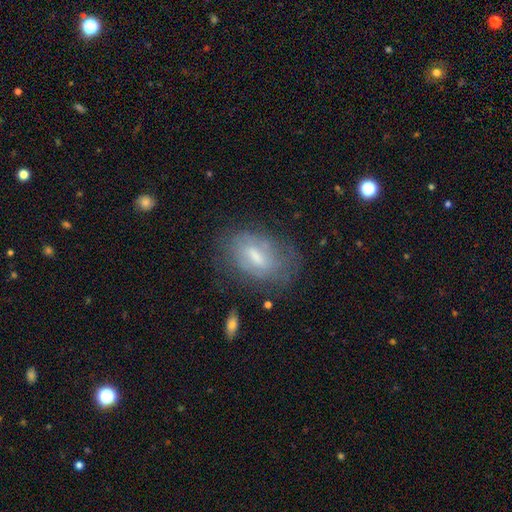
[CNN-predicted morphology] Smooth or featured?
  - featured or disk: 48% *
  - smooth: 43%
  - star or artifact: 9%
Merging?
  - none: 62% *
  - minor disturbance: 23%
  - major disturbance: 12%
  - merger: 3%